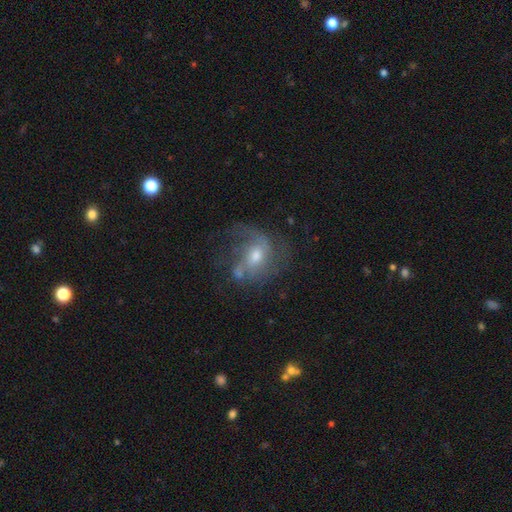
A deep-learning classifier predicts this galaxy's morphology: This appears to be a featured or disk galaxy (72%) with no bar (54%), 2 (42%) medium (43%) spiral arms (84%) and a moderate central bulge (61%). Merging: none (44%).